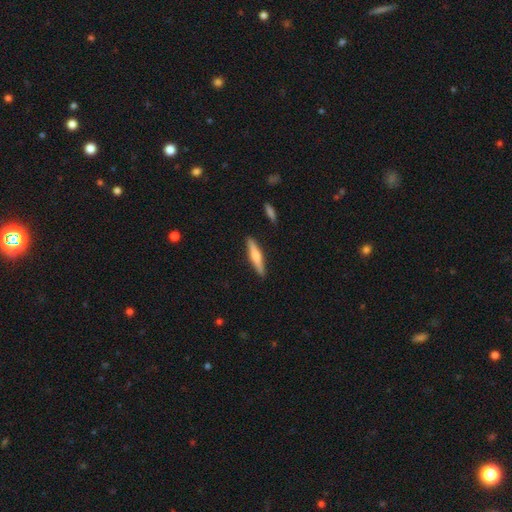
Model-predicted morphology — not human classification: Q: Smooth or featured?
A: smooth (52%); runner-up: featured or disk (42%)
Q: How rounded?
A: cigar-shaped (87%); runner-up: in between (12%)
Q: Merging?
A: none (89%); runner-up: minor disturbance (7%)